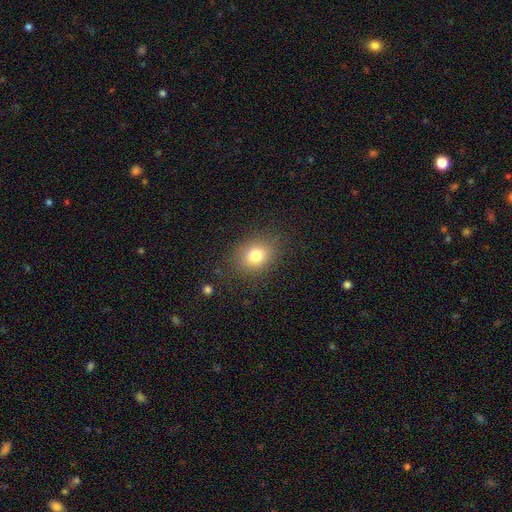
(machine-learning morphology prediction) A smooth galaxy with no disk features (79%) that is in between round and cigar-shaped (52%).

Vote fractions:
- Smooth or featured? smooth: 79% / star or artifact: 12% / featured or disk: 9%
- How rounded? in between: 52% / round: 47% / cigar-shaped: 1%
- Merging? none: 83% / minor disturbance: 11% / major disturbance: 5% / merger: 1%